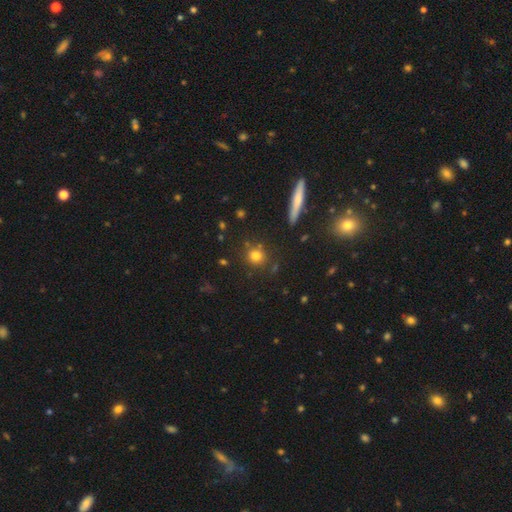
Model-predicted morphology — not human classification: Overall: smooth (77%). How rounded: round (84%). Merging: none (79%).